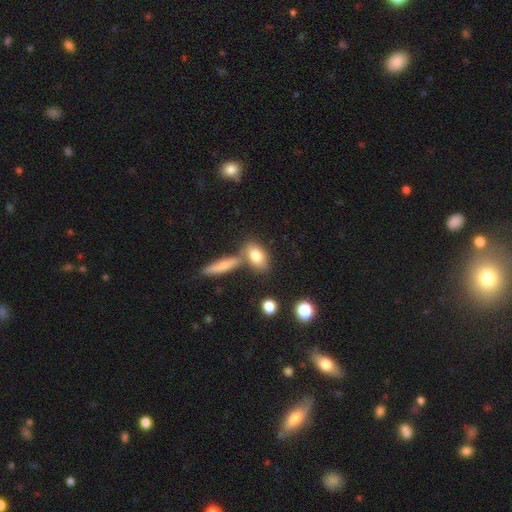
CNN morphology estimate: Smooth or featured?
  - smooth: 78% *
  - featured or disk: 14%
  - star or artifact: 8%
How rounded?
  - in between: 80% *
  - round: 11%
  - cigar-shaped: 9%
Merging?
  - none: 58% *
  - merger: 27%
  - minor disturbance: 12%
  - major disturbance: 4%